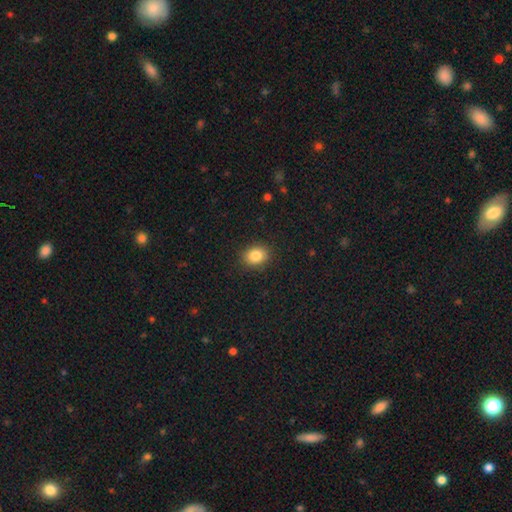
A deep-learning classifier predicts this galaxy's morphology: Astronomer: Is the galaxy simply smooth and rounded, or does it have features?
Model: smooth — 84%.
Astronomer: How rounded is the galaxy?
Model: round — 51% (runner-up: in between, 48%).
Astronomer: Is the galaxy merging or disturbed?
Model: none — 88%.